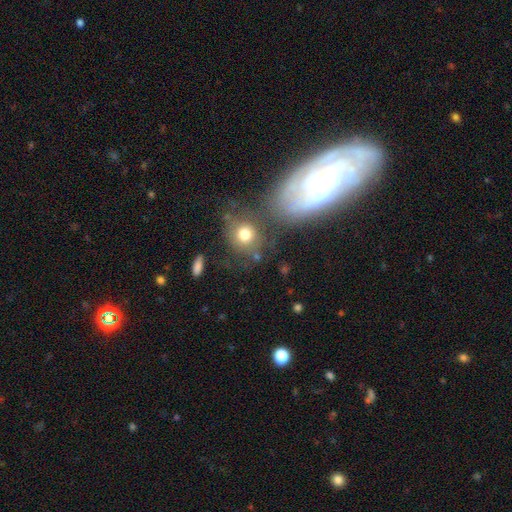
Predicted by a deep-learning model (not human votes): A smooth galaxy with no disk features (56%) that is round (74%).

Vote fractions:
- Smooth or featured? smooth: 56% / featured or disk: 29% / star or artifact: 14%
- How rounded? round: 74% / in between: 24% / cigar-shaped: 2%
- Merging? none: 65% / minor disturbance: 15% / merger: 11% / major disturbance: 9%